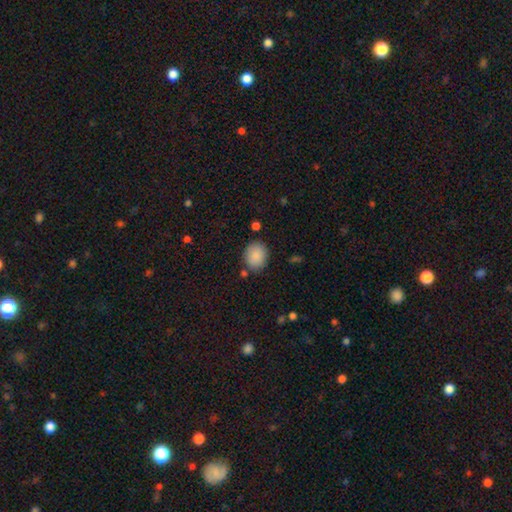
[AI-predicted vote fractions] This appears to be a smooth galaxy with no disk features (89%) that is round (63%). Merging: none (82%).